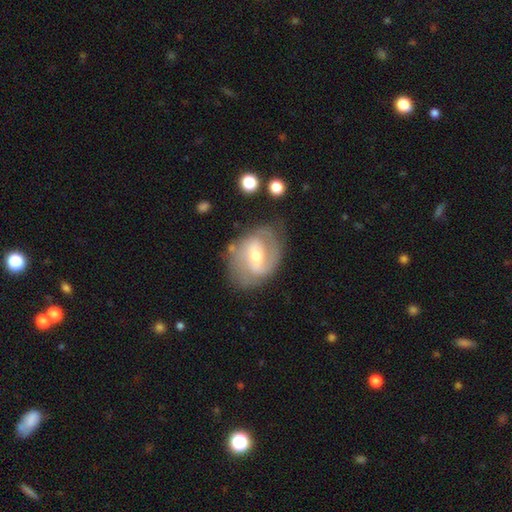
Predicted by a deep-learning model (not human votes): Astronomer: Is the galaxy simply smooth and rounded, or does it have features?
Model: featured or disk — 77%.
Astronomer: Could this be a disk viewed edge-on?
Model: no — 96%.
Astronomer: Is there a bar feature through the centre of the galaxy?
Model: weak — 46% (runner-up: strong, 35%).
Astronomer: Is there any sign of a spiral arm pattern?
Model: yes — 83%.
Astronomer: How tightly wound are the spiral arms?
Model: medium — 44% (runner-up: tight, 35%).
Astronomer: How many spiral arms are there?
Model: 2 — 70%.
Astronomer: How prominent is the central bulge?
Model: moderate — 57% (runner-up: small, 37%).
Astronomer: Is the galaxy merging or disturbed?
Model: none — 67%.